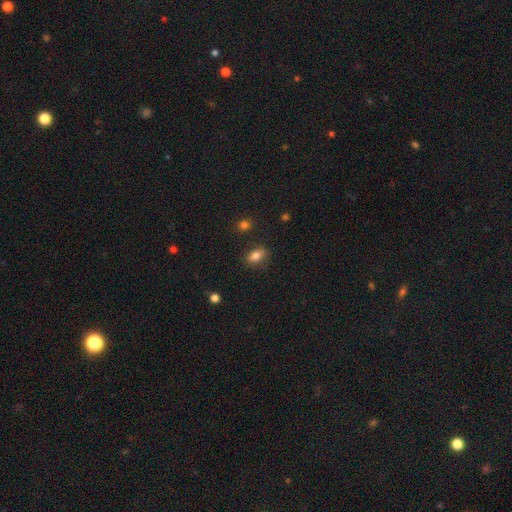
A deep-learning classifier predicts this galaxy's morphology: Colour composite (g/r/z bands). It shows a smooth galaxy with no disk features (81%) that is in between round and cigar-shaped (82%). Merging: none (82%).